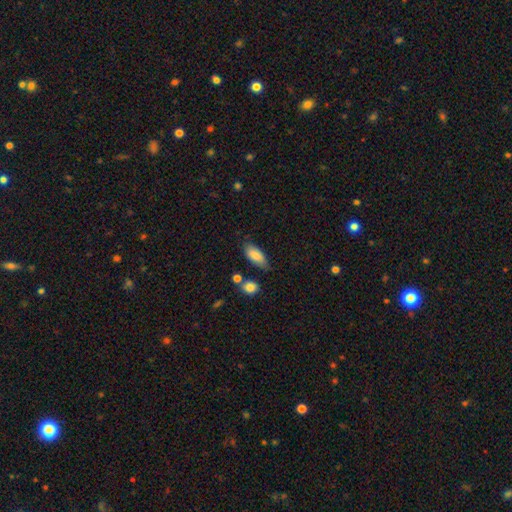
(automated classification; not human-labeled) smooth_or_featured: smooth (p=0.86) [alt: featured or disk p=0.08]
how_rounded: in between (p=0.85) [alt: cigar-shaped p=0.12]
merging: none (p=0.68) [alt: minor disturbance p=0.22]